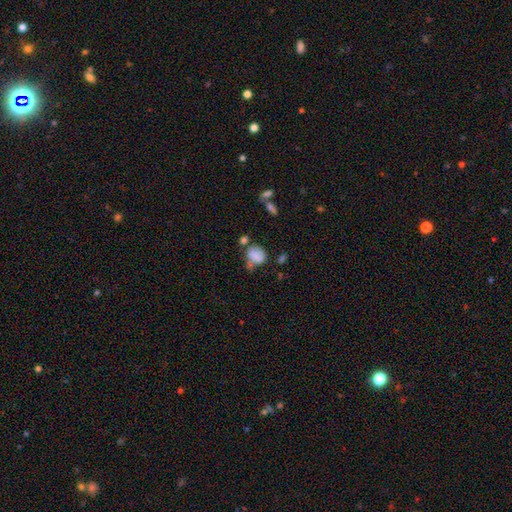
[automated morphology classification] A smooth galaxy with no disk features (76%) that is in between round and cigar-shaped (56%).

Vote fractions:
- Smooth or featured? smooth: 76% / featured or disk: 14% / star or artifact: 10%
- How rounded? in between: 56% / round: 43% / cigar-shaped: 1%
- Merging? none: 39% / minor disturbance: 27% / merger: 19% / major disturbance: 15%